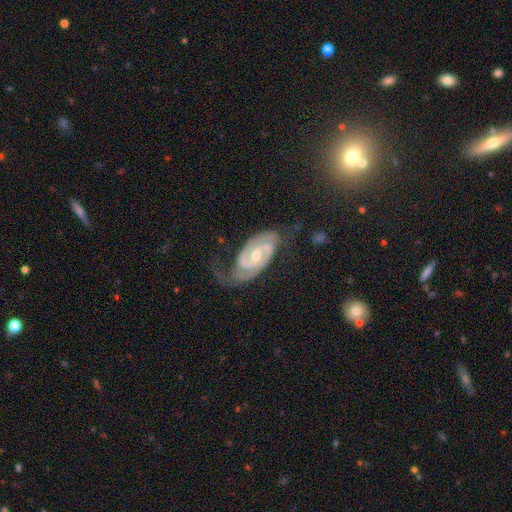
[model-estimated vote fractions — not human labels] featured or disk 91%, star or artifact 5%, smooth 4%. Down the decision tree: edge-on disk — no (97%); bar — weak (42%); spiral arms — yes (98%); spiral arm count — 2 (91%); spiral winding — tight (52%); bulge size — moderate (52%); merging — none (63%).